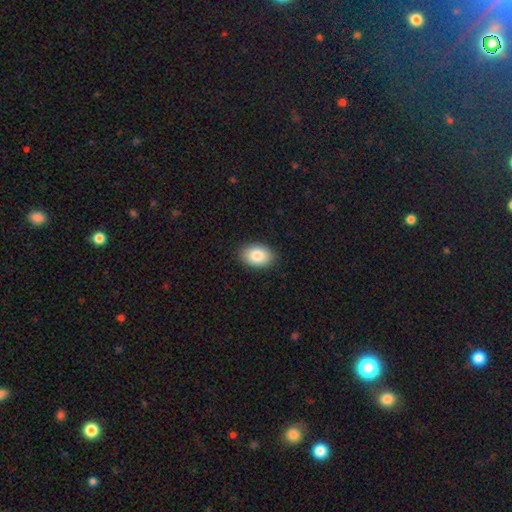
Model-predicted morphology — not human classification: Smooth or featured? Predicted: smooth (p=0.86). How rounded? Predicted: in between (p=0.83). Merging? Predicted: none (p=0.89).